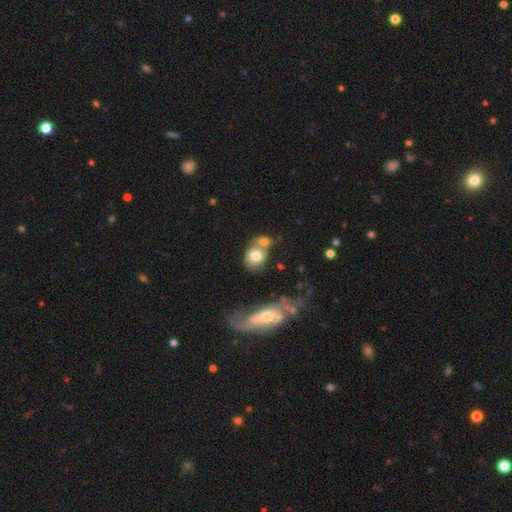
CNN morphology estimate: Q: Smooth or featured?
A: smooth (69%); runner-up: featured or disk (23%)
Q: How rounded?
A: round (59%); runner-up: in between (39%)
Q: Merging?
A: merger (48%); runner-up: none (34%)